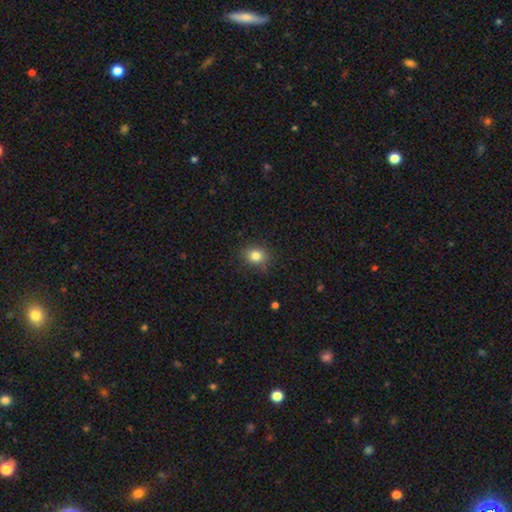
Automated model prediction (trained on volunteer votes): Morphology: type=smooth (82%); roundness=round (65%); merging=none (84%).